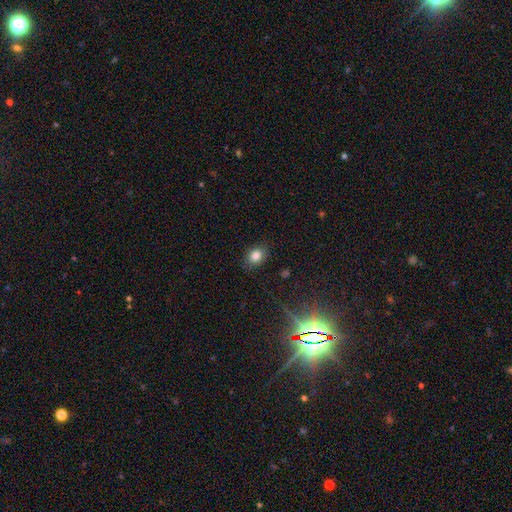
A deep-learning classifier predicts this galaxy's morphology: Q: Smooth or featured?
A: smooth (81%); runner-up: star or artifact (12%)
Q: How rounded?
A: in between (53%); runner-up: round (46%)
Q: Merging?
A: none (85%); runner-up: minor disturbance (12%)